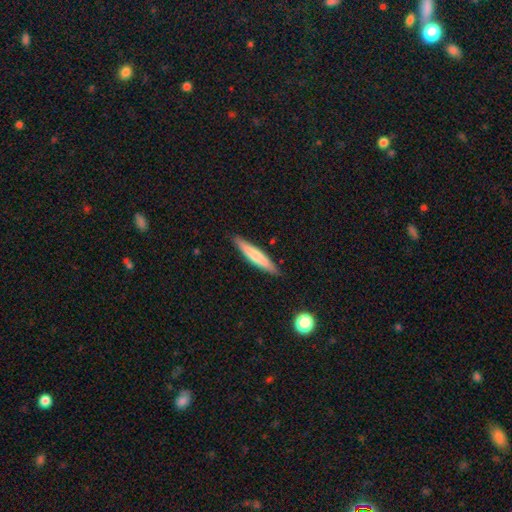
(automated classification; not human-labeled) smooth_or_featured: smooth (p=0.66) [alt: featured or disk p=0.29]
how_rounded: cigar-shaped (p=0.90) [alt: in between p=0.08]
merging: none (p=0.89) [alt: minor disturbance p=0.09]